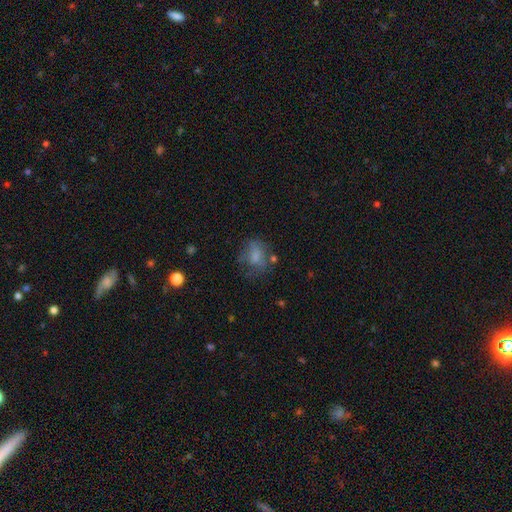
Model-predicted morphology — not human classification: type=smooth (64%); roundness=in between (52%); merging=none (45%).